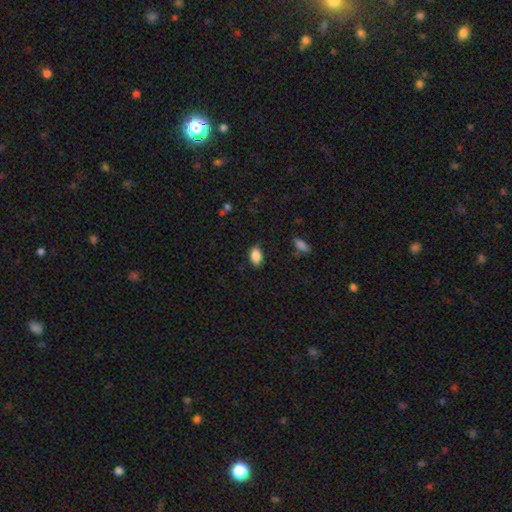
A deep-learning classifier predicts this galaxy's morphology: Overall: smooth (87%). How rounded: in between (91%). Merging: none (81%).